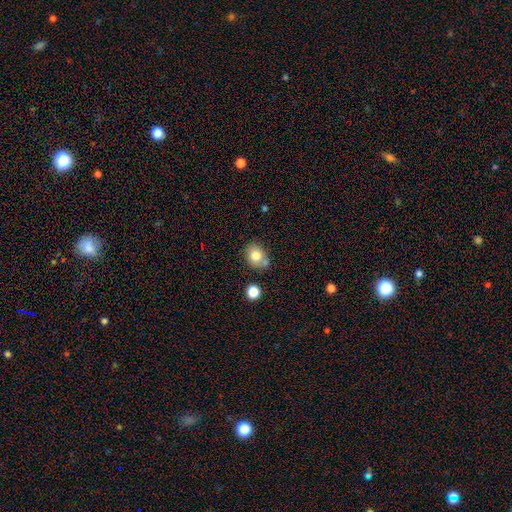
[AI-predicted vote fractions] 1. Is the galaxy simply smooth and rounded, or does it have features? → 78% smooth, 12% featured or disk, 10% star or artifact.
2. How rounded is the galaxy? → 53% round, 46% in between, 1% cigar-shaped.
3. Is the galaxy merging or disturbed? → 61% none, 18% minor disturbance, 16% merger, 5% major disturbance.